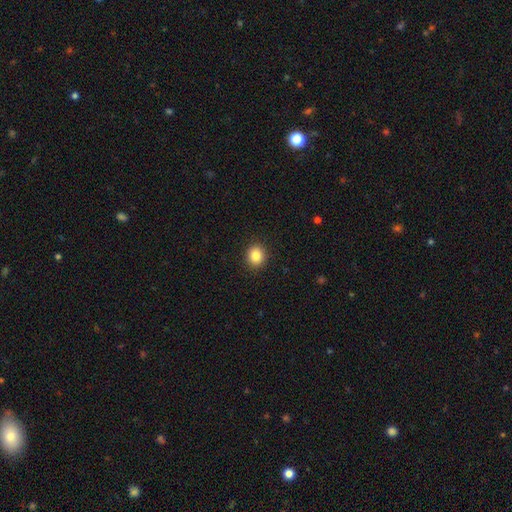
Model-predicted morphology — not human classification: A smooth galaxy with no disk features (85%) that is round (80%). Merging: none (91%).